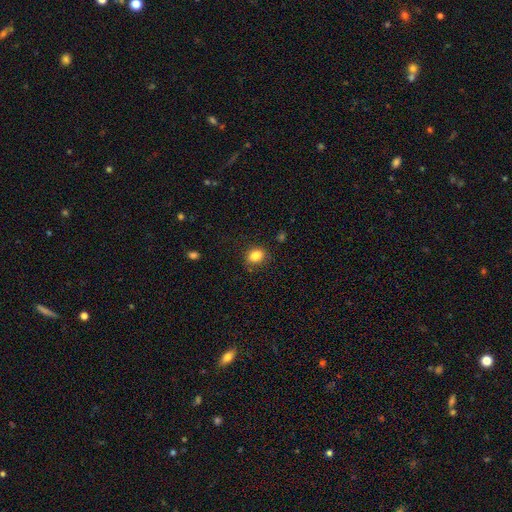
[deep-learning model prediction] Morphology: type=smooth (85%); roundness=in between (58%); merging=none (85%).